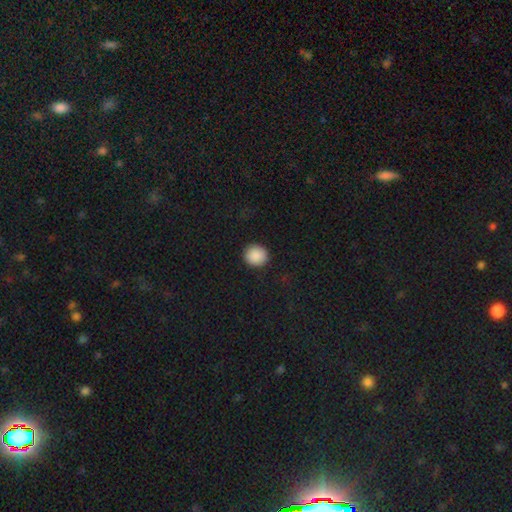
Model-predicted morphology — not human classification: Q: Smooth or featured?
A: smooth (89%); runner-up: star or artifact (8%)
Q: How rounded?
A: round (91%); runner-up: in between (8%)
Q: Merging?
A: none (92%); runner-up: minor disturbance (5%)